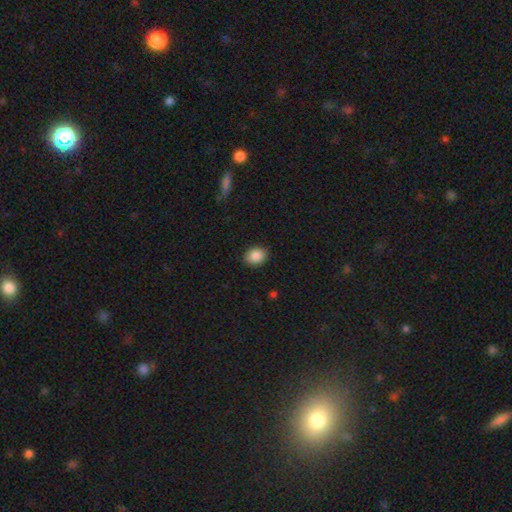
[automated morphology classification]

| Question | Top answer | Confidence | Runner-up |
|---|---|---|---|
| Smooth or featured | smooth | 88% | star or artifact (8%) |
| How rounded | in between | 53% | round (46%) |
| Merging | none | 89% | minor disturbance (8%) |